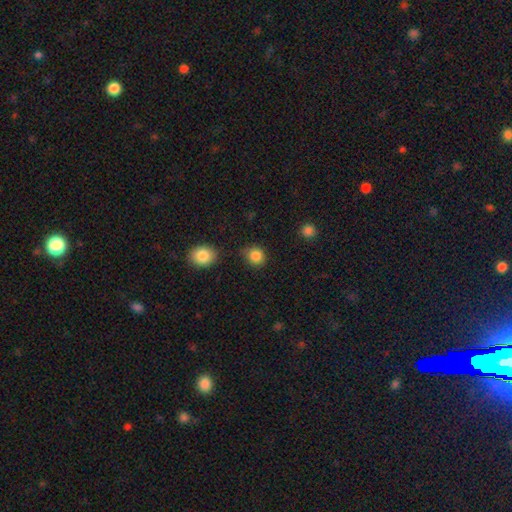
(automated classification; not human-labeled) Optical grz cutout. It shows a smooth galaxy with no disk features (86%) that is round (82%). Merging: none (75%).